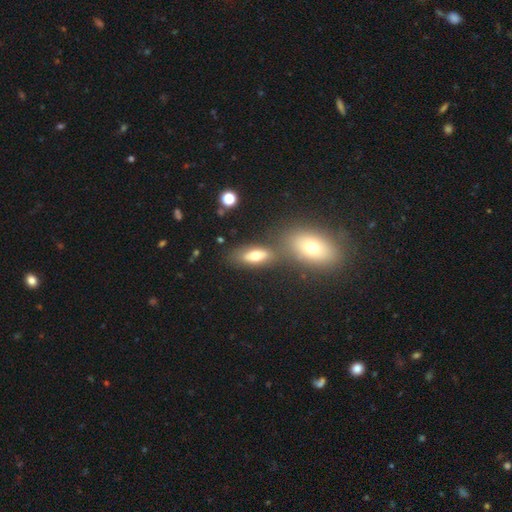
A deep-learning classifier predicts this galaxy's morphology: Q: Smooth or featured?
A: smooth (66%); runner-up: featured or disk (24%)
Q: How rounded?
A: in between (79%); runner-up: cigar-shaped (16%)
Q: Merging?
A: none (64%); runner-up: merger (19%)